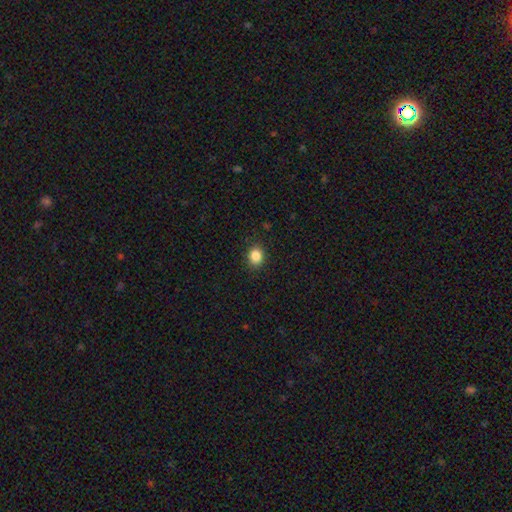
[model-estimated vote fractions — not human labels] smooth 86%, star or artifact 10%, featured or disk 4%. Down the decision tree: how rounded — round (66%); merging — none (89%).